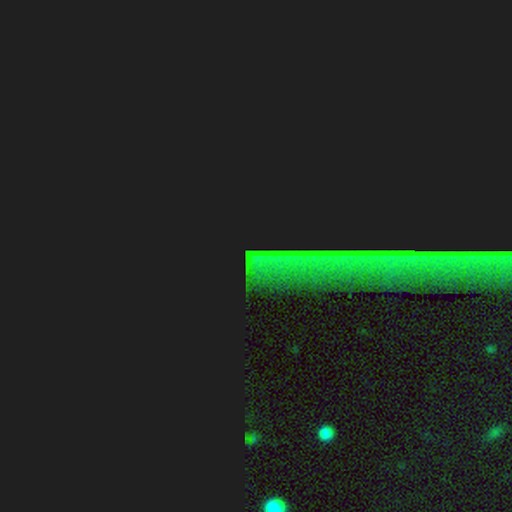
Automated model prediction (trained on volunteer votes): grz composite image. It shows a star or artifact, not a galaxy (79%).